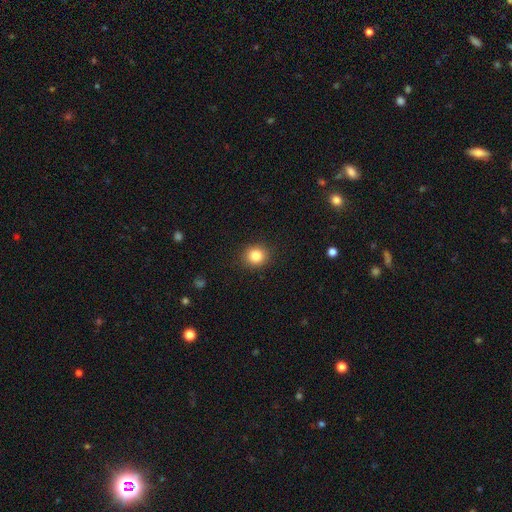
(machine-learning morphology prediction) A smooth galaxy with no disk features (85%) that is round (82%). Merging: none (90%).